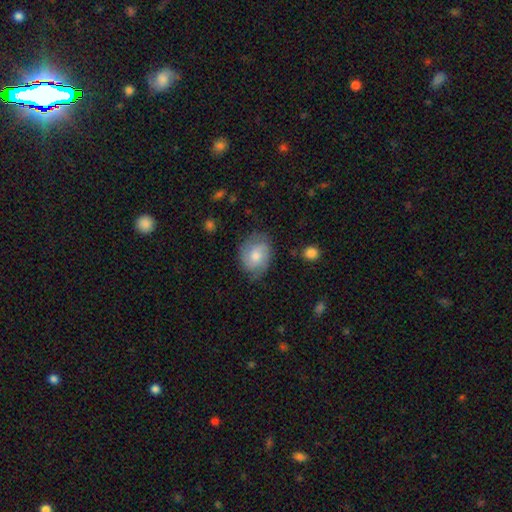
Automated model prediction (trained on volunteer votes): Overall: featured or disk (48%; smooth 45%). Merging: none (72%).